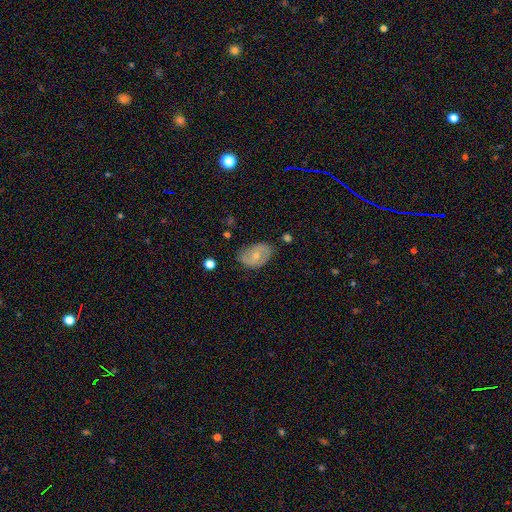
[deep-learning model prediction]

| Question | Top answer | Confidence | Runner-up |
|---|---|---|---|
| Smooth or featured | smooth | 47% | featured or disk (45%) |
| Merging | none | 69% | minor disturbance (24%) |